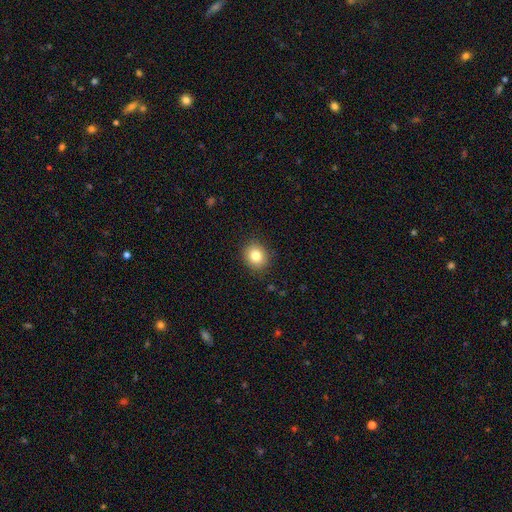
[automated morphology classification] Q: Smooth or featured?
A: smooth (82%); runner-up: star or artifact (10%)
Q: How rounded?
A: round (74%); runner-up: in between (26%)
Q: Merging?
A: none (89%); runner-up: minor disturbance (8%)